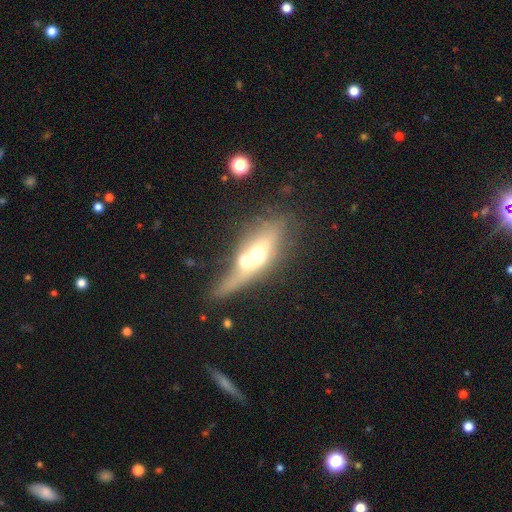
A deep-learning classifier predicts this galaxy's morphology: smooth-or-featured: featured or disk: 47% | smooth: 43% | star or artifact: 10%
  merging: merger: 47% | none: 33% | minor disturbance: 11% | major disturbance: 9%